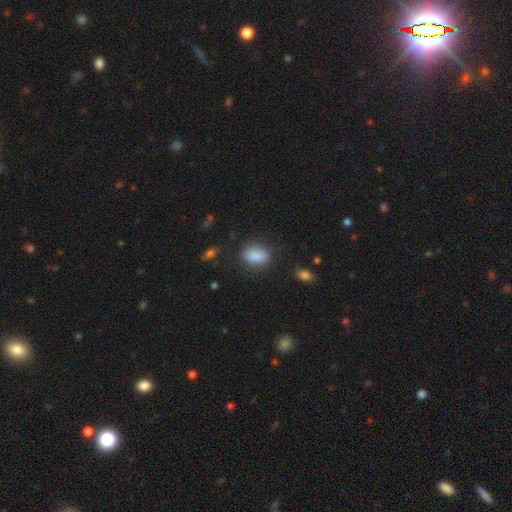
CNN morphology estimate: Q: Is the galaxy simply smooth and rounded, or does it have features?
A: smooth — 86%.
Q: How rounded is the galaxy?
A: in between — 77%.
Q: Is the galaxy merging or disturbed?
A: none — 77%.